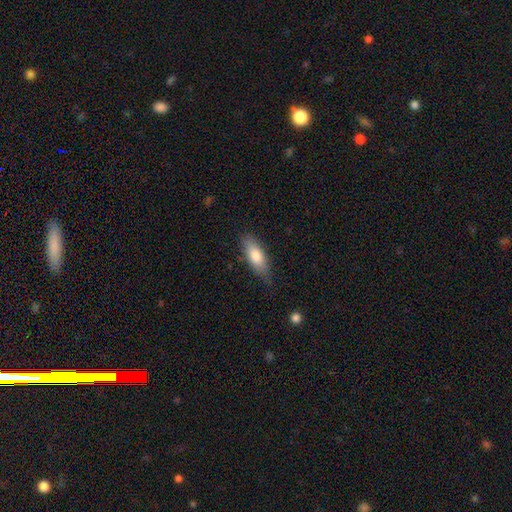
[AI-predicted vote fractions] smooth 75%, featured or disk 19%, star or artifact 6%. Down the decision tree: how rounded — in between (71%); merging — none (73%).